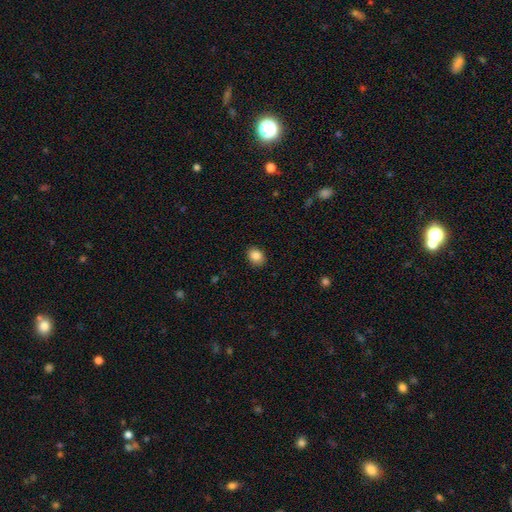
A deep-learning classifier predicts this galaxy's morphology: A smooth galaxy with no disk features (87%) that is round (52%).

Vote fractions:
- Smooth or featured? smooth: 87% / star or artifact: 9% / featured or disk: 4%
- How rounded? round: 52% / in between: 47% / cigar-shaped: 1%
- Merging? none: 89% / minor disturbance: 8% / major disturbance: 2% / merger: 1%